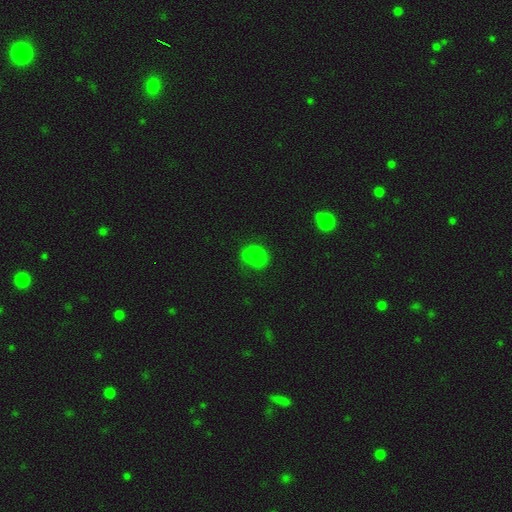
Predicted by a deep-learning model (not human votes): The model was most divided on "how rounded": round: 63%, in between: 36%, cigar-shaped: 1%. More confident: smooth or featured — smooth (72%); merging — none (56%).